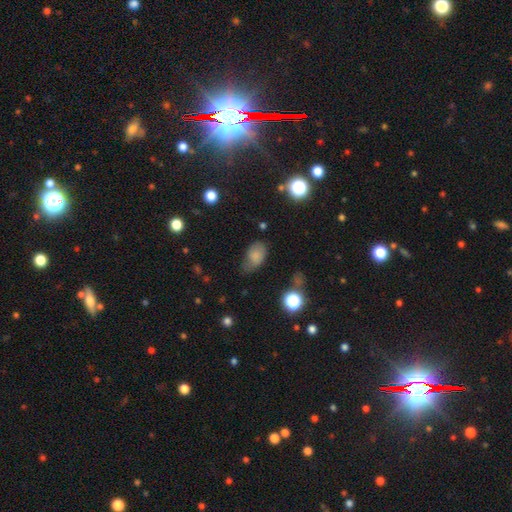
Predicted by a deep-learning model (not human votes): This is likely a smooth galaxy (71%). How rounded: clearly in between (87%). Merging: possibly none (50%).